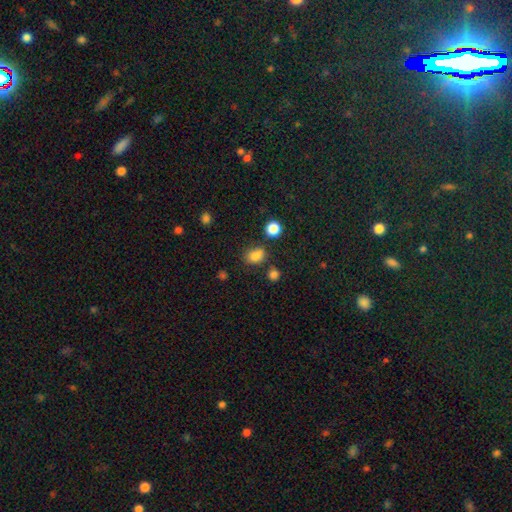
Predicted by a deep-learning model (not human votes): Smooth or featured?
  - smooth: 82% *
  - star or artifact: 13%
  - featured or disk: 5%
How rounded?
  - in between: 61% *
  - round: 38%
  - cigar-shaped: 1%
Merging?
  - none: 70% *
  - minor disturbance: 17%
  - merger: 8%
  - major disturbance: 5%